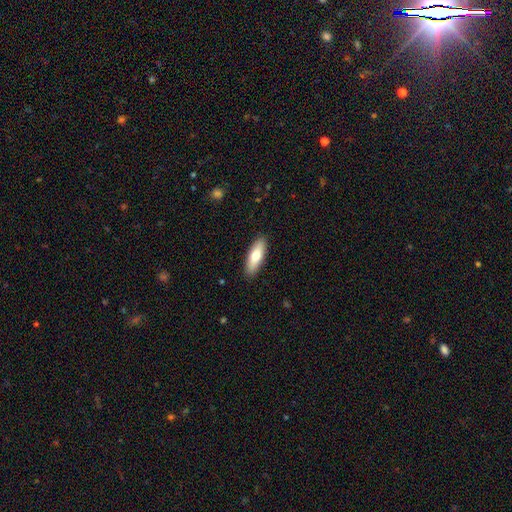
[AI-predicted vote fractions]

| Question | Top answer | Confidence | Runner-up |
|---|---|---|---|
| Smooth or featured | smooth | 73% | featured or disk (21%) |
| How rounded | in between | 55% | cigar-shaped (43%) |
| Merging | none | 89% | minor disturbance (8%) |